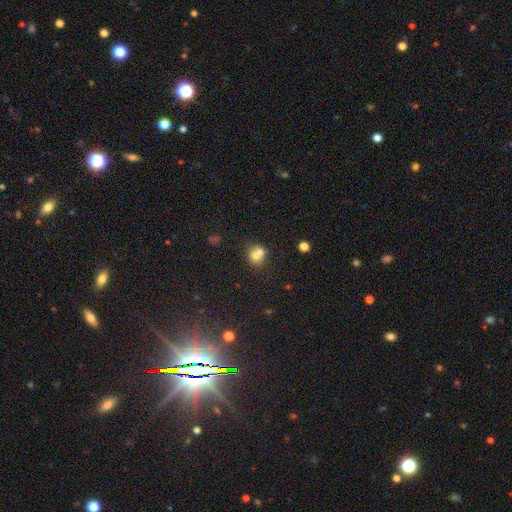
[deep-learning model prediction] A smooth galaxy with no disk features (68%) that is round (70%).

Vote fractions:
- Smooth or featured? smooth: 68% / featured or disk: 19% / star or artifact: 13%
- How rounded? round: 70% / in between: 29% / cigar-shaped: 1%
- Merging? merger: 58% / none: 31% / minor disturbance: 8% / major disturbance: 3%